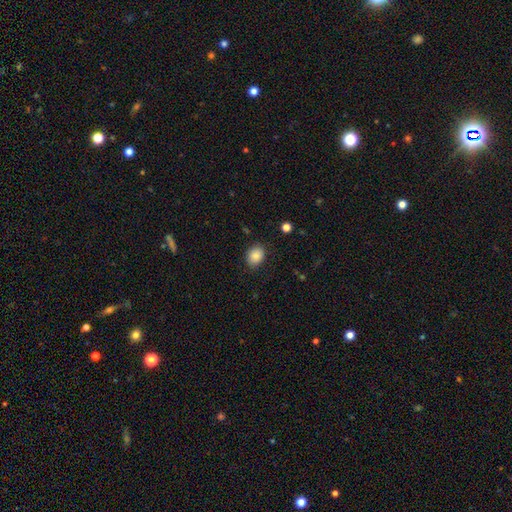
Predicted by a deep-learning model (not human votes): smooth-or-featured: smooth: 86% | star or artifact: 8% | featured or disk: 5%
  how-rounded: in between: 62% | round: 37% | cigar-shaped: 1%
  merging: none: 84% | minor disturbance: 12% | major disturbance: 3% | merger: 1%